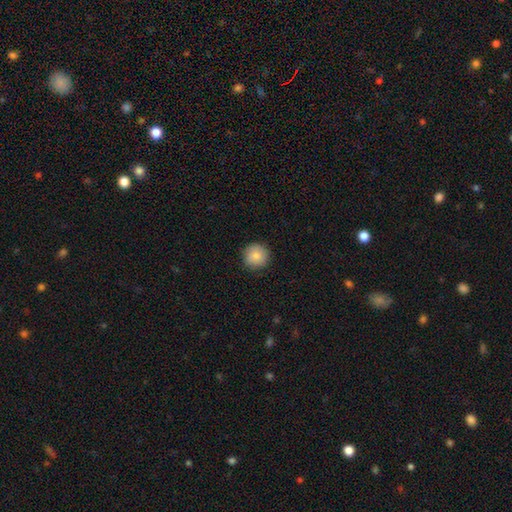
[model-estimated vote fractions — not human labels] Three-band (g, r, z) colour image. It shows a smooth galaxy with no disk features (87%) that is round (95%). Merging: none (90%).